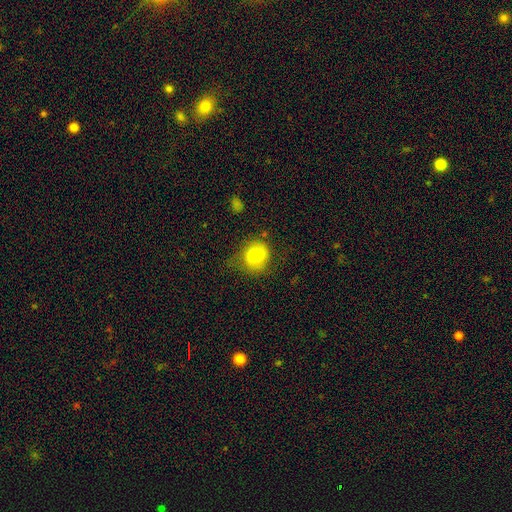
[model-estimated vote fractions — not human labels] This is likely a smooth galaxy (74%). How rounded: likely round (76%). Merging: likely none (61%).